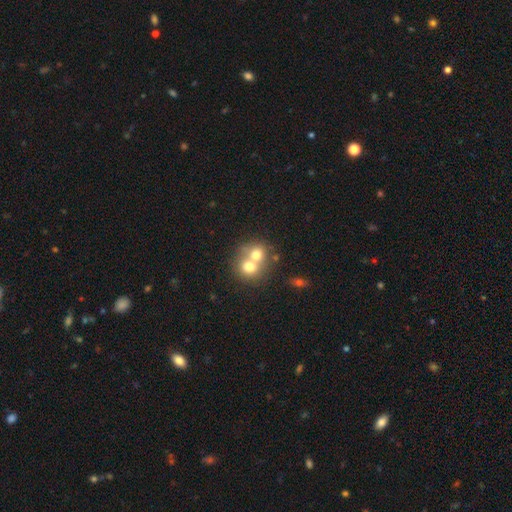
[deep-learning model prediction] Smooth or featured? Predicted: smooth (p=0.69). How rounded? Predicted: round (p=0.72). Merging? Predicted: merger (p=0.70).